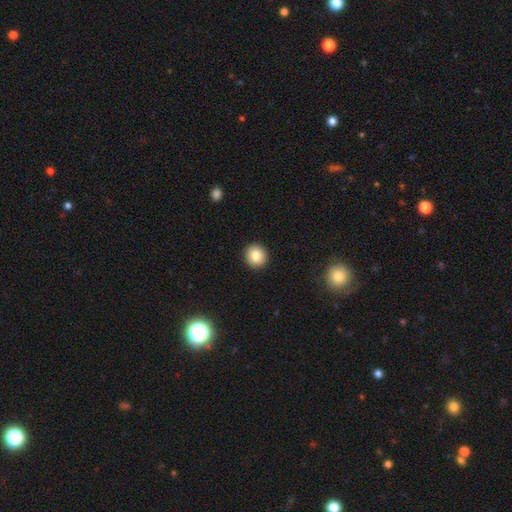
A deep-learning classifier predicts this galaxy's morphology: smooth-or-featured: smooth: 84% | star or artifact: 9% | featured or disk: 6%
  how-rounded: round: 91% | in between: 8% | cigar-shaped: 1%
  merging: none: 92% | minor disturbance: 5% | major disturbance: 2% | merger: 1%